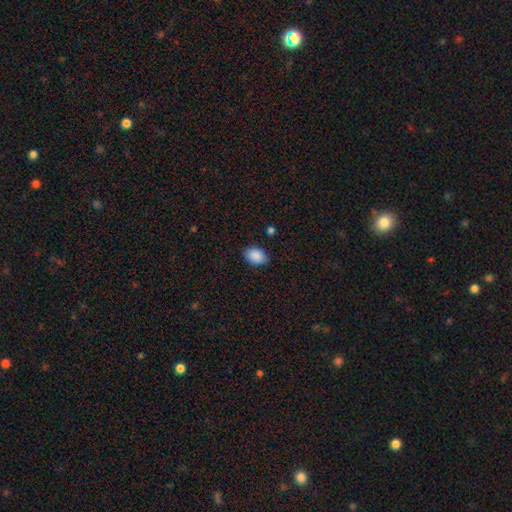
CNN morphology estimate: Q: Smooth or featured?
A: smooth (89%); runner-up: star or artifact (7%)
Q: How rounded?
A: in between (84%); runner-up: round (15%)
Q: Merging?
A: none (86%); runner-up: minor disturbance (11%)